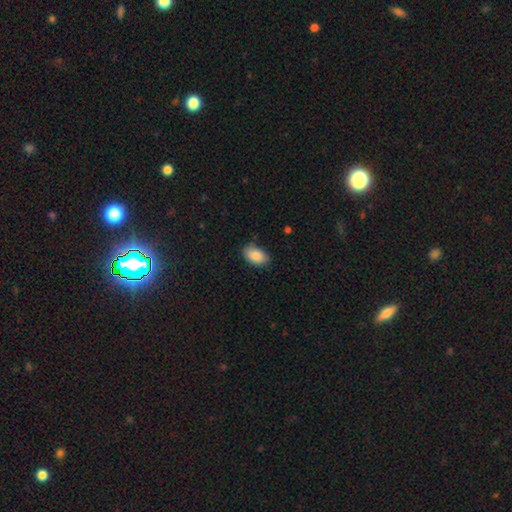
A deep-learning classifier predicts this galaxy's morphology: Smooth or featured?
  - smooth: 86% *
  - star or artifact: 7%
  - featured or disk: 7%
How rounded?
  - in between: 92% *
  - round: 7%
  - cigar-shaped: 1%
Merging?
  - none: 80% *
  - minor disturbance: 16%
  - major disturbance: 3%
  - merger: 1%